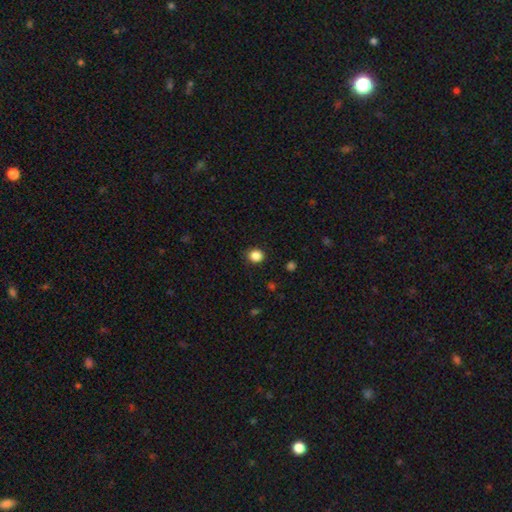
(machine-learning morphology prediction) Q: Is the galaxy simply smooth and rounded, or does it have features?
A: smooth — 86%.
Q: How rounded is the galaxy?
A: round — 78%.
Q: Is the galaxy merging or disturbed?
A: none — 90%.